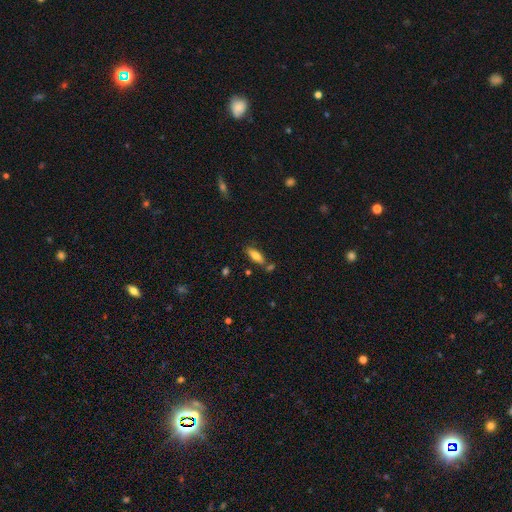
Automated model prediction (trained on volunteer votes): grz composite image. It shows a smooth galaxy with no disk features (76%) that is in between round and cigar-shaped (66%). Merging: none (70%).